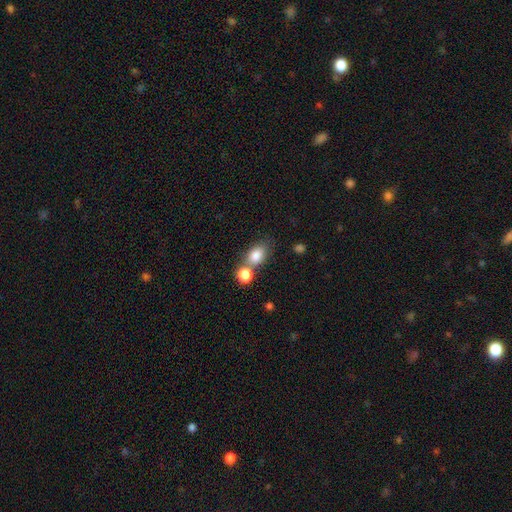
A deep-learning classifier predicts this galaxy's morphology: A smooth galaxy with no disk features (82%) that is in between round and cigar-shaped (70%).

Vote fractions:
- Smooth or featured? smooth: 82% / star or artifact: 10% / featured or disk: 9%
- How rounded? in between: 70% / round: 29% / cigar-shaped: 2%
- Merging? none: 49% / merger: 35% / minor disturbance: 12% / major disturbance: 5%